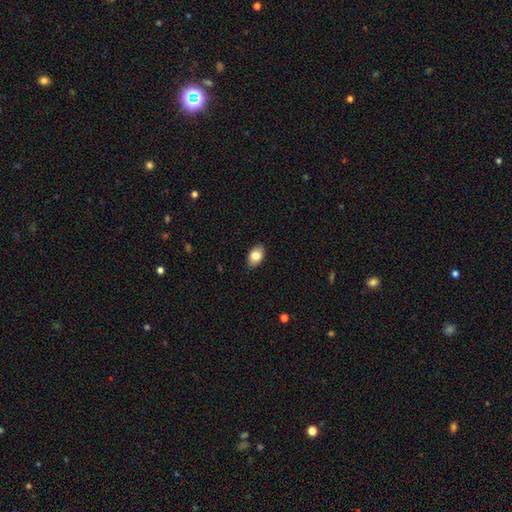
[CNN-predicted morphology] Overall: smooth (82%). How rounded: in between (85%). Merging: none (87%).